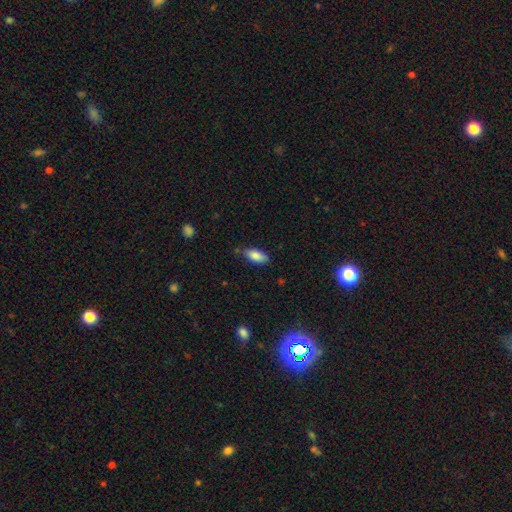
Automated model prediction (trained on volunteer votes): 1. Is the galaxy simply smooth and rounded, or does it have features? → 85% smooth, 8% featured or disk, 7% star or artifact.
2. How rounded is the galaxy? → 87% in between, 11% cigar-shaped, 2% round.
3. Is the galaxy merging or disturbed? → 76% none, 19% minor disturbance, 3% major disturbance, 3% merger.